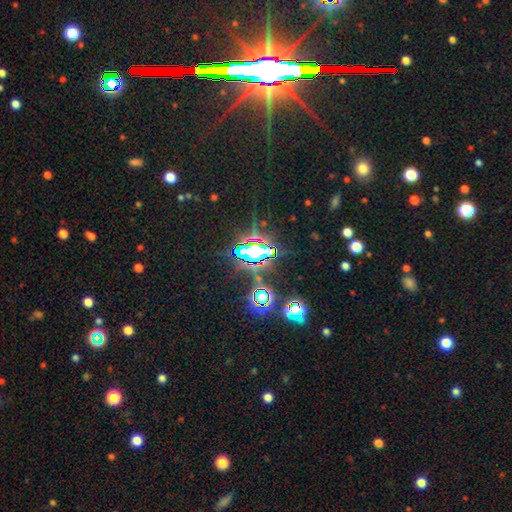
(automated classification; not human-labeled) A star or artifact, not a galaxy (78%).